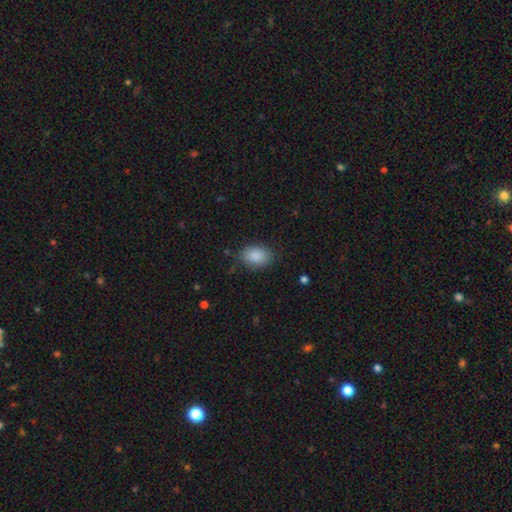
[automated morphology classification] Smooth or featured? Predicted: smooth (p=0.88). How rounded? Predicted: in between (p=0.84). Merging? Predicted: none (p=0.81).